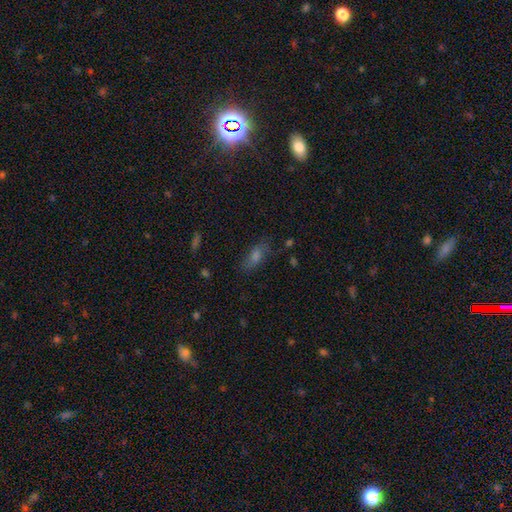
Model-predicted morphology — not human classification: type=smooth (46%); merging=none (75%).